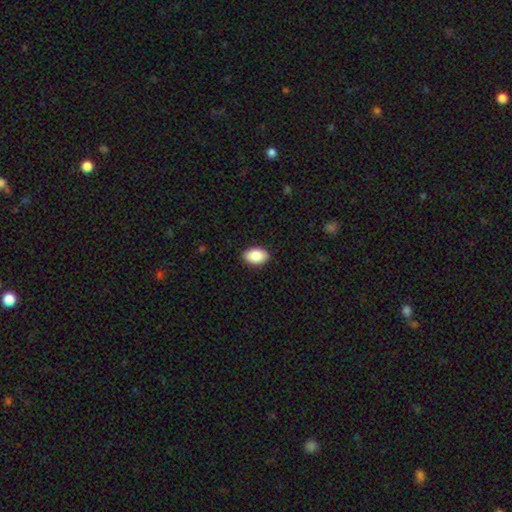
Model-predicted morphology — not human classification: This is clearly a smooth galaxy (89%). How rounded: clearly in between (90%). Merging: clearly none (90%).